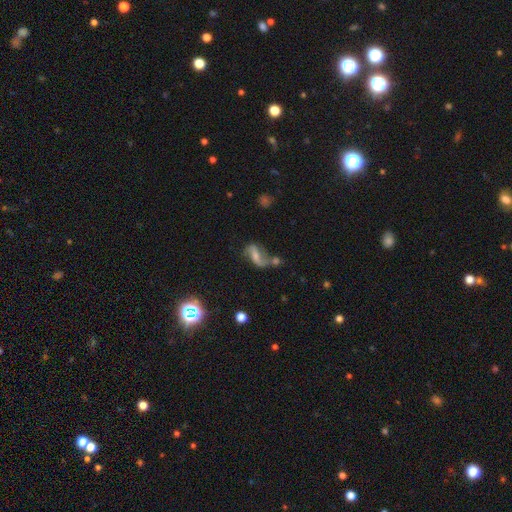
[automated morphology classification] smooth_or_featured: featured or disk (p=0.69) [alt: smooth p=0.20]
disk_edge_on: no (p=0.94) [alt: yes p=0.06]
bar: weak (p=0.38) [alt: no p=0.33]
has_spiral_arms: yes (p=0.87) [alt: no p=0.13]
spiral_winding: loose (p=0.75) [alt: medium p=0.19]
spiral_arm_count: 2 (p=0.85) [alt: 1 p=0.08]
bulge_size: small (p=0.42) [alt: moderate p=0.40]
merging: none (p=0.41) [alt: merger p=0.27]